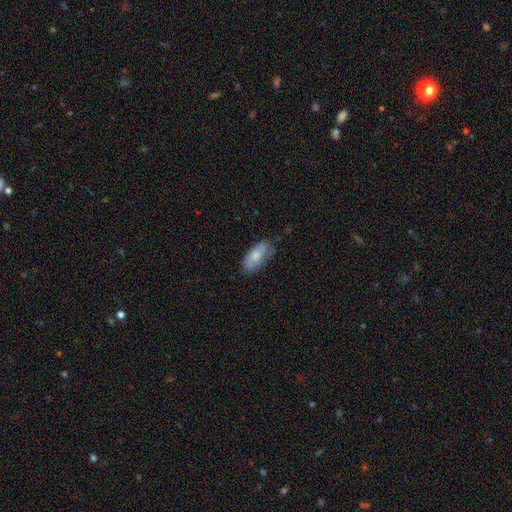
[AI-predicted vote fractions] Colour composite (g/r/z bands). It shows a smooth galaxy with no disk features (72%) that is in between round and cigar-shaped (88%). Merging: none (65%).